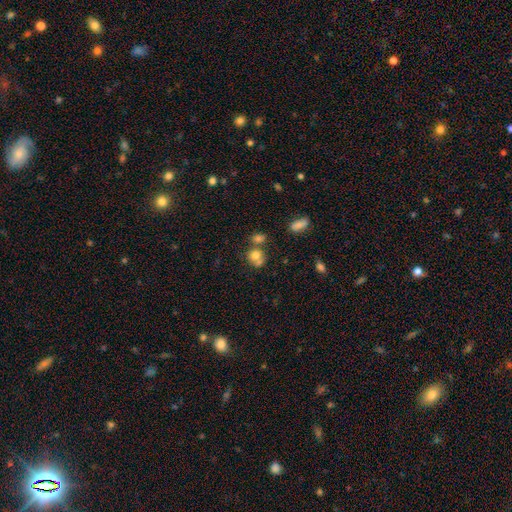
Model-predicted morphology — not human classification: smooth_or_featured: smooth (p=0.75) [alt: star or artifact p=0.13]
how_rounded: round (p=0.71) [alt: in between p=0.28]
merging: merger (p=0.42) [alt: none p=0.41]